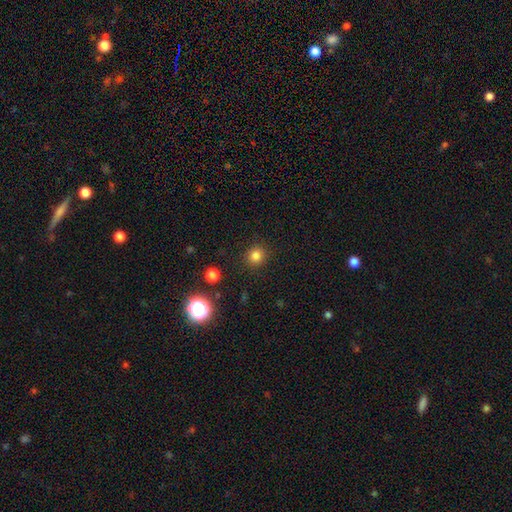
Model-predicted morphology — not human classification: smooth_or_featured: smooth (p=0.82) [alt: star or artifact p=0.14]
how_rounded: round (p=0.90) [alt: in between p=0.10]
merging: none (p=0.90) [alt: minor disturbance p=0.06]